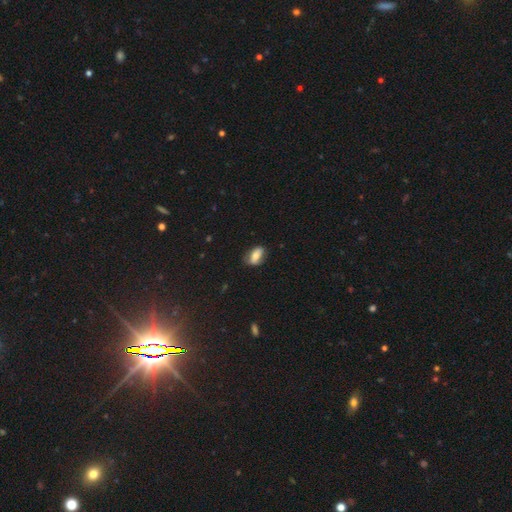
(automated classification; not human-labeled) Overall: smooth (67%). How rounded: in between (87%). Merging: none (73%).